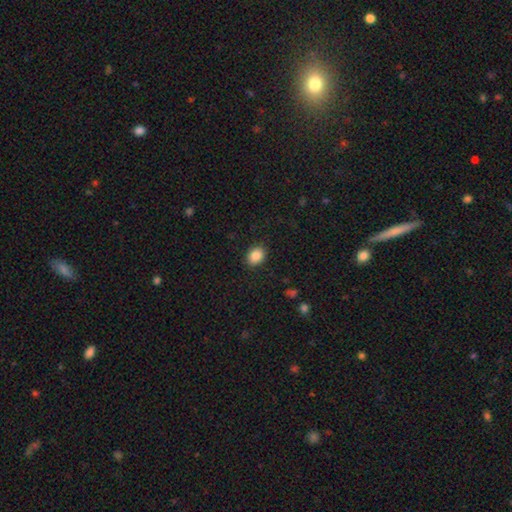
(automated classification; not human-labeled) Smooth or featured? smooth (87%)
How rounded? in between (61%)
Merging? none (88%)